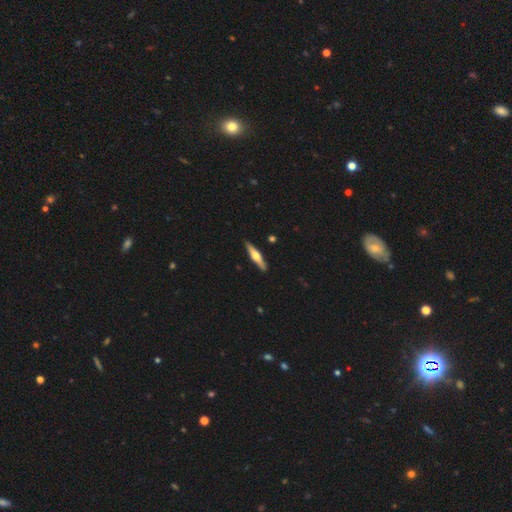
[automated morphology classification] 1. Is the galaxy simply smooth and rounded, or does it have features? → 62% featured or disk, 33% smooth, 5% star or artifact.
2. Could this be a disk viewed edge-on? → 96% yes, 4% no.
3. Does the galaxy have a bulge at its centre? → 93% rounded, 4% boxy, 3% none.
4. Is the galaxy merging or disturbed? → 90% none, 7% minor disturbance, 1% major disturbance, 1% merger.